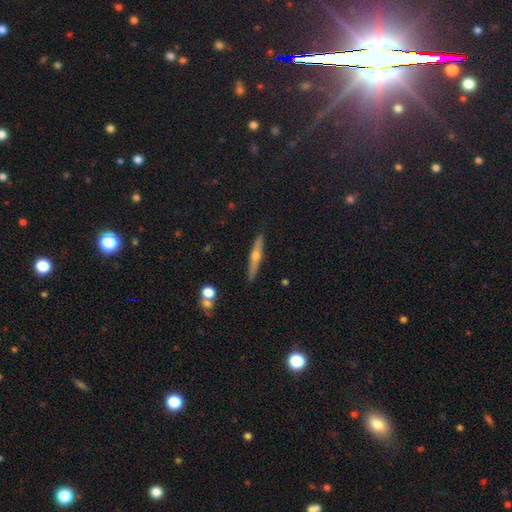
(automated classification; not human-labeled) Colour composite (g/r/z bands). It shows a featured or disk galaxy (59%) viewed edge-on (96%) with a rounded central bulge (88%). Merging: none (89%).